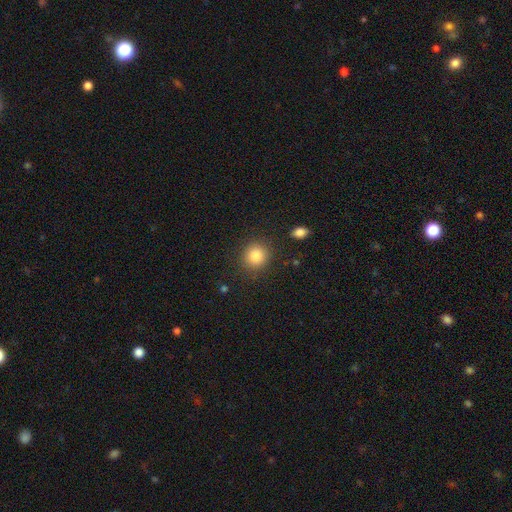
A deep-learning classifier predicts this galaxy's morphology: Smooth or featured: smooth — 84% (star or artifact — 10%)
How rounded: round — 87% (in between — 12%)
Merging: none — 87% (minor disturbance — 8%)